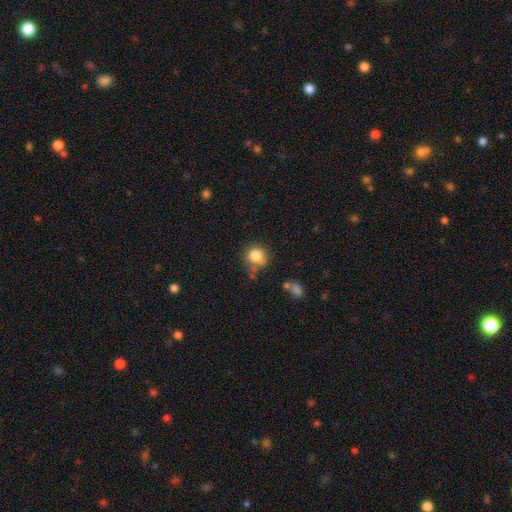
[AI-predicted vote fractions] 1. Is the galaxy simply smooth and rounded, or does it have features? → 83% smooth, 10% star or artifact, 7% featured or disk.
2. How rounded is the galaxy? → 83% round, 16% in between, 1% cigar-shaped.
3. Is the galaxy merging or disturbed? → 61% none, 22% minor disturbance, 10% merger, 7% major disturbance.